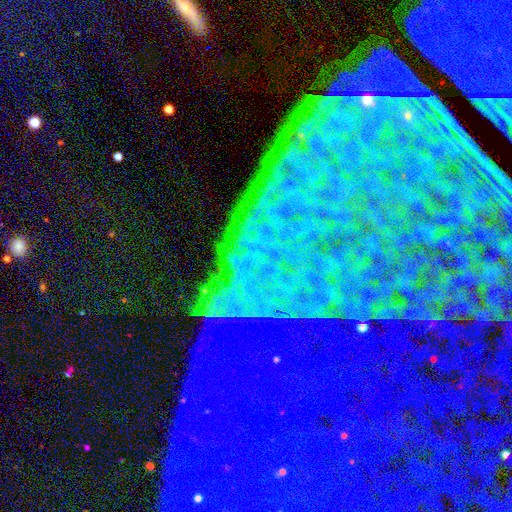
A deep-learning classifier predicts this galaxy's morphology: Smooth or featured?
  - star or artifact: 81% *
  - featured or disk: 10%
  - smooth: 9%